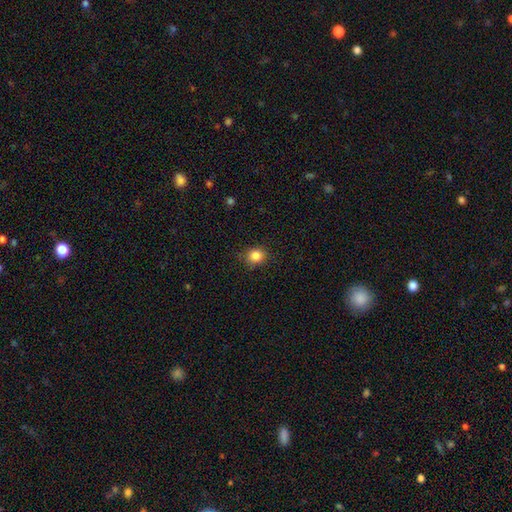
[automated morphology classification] A smooth galaxy with no disk features (85%) that is round (74%).

Vote fractions:
- Smooth or featured? smooth: 85% / star or artifact: 11% / featured or disk: 4%
- How rounded? round: 74% / in between: 25% / cigar-shaped: 1%
- Merging? none: 84% / minor disturbance: 12% / major disturbance: 3% / merger: 1%